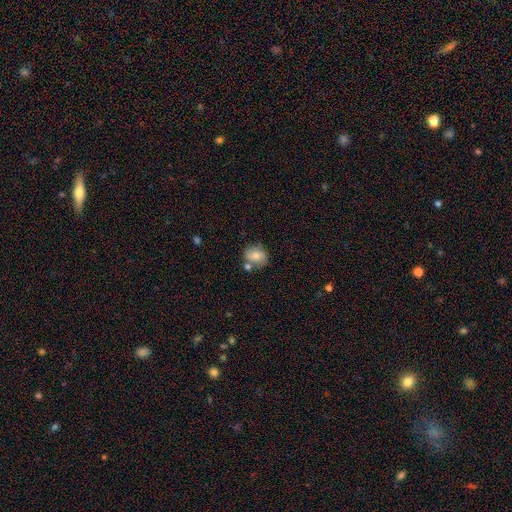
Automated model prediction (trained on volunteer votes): Smooth or featured?
  - smooth: 72% *
  - featured or disk: 19%
  - star or artifact: 9%
How rounded?
  - round: 65% *
  - in between: 33%
  - cigar-shaped: 1%
Merging?
  - none: 63% *
  - merger: 17%
  - minor disturbance: 16%
  - major disturbance: 4%